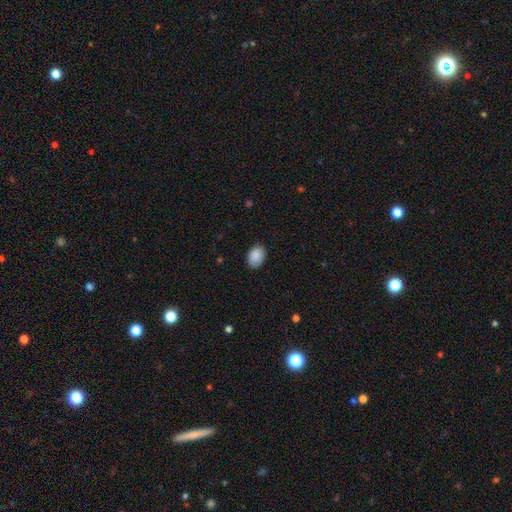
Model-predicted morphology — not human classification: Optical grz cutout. It shows a smooth galaxy with no disk features (89%) that is in between round and cigar-shaped (78%). Merging: none (86%).